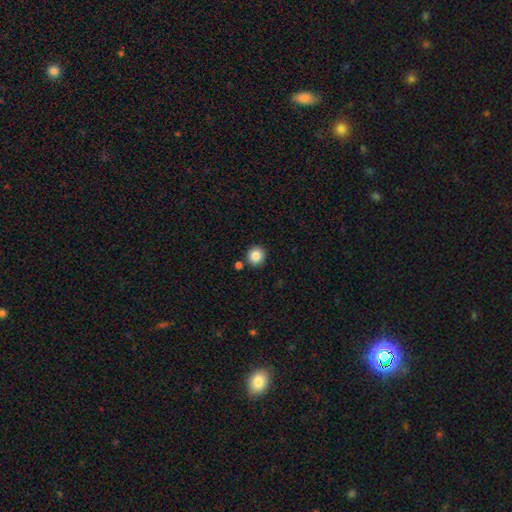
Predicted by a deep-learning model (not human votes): smooth_or_featured: smooth (p=0.85) [alt: star or artifact p=0.10]
how_rounded: round (p=0.90) [alt: in between p=0.09]
merging: none (p=0.86) [alt: minor disturbance p=0.07]